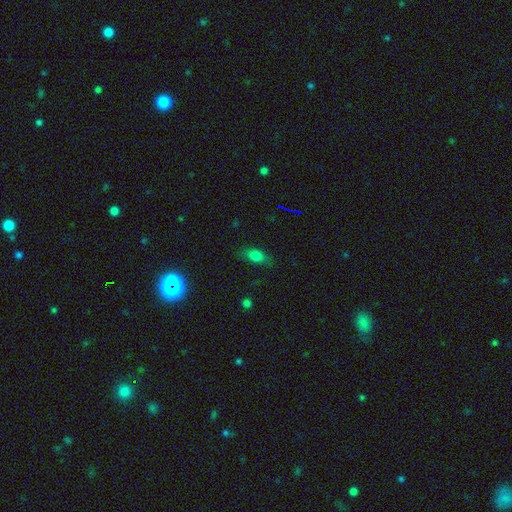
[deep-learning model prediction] The model was most divided on "merging": none: 75%, minor disturbance: 18%, major disturbance: 5%, merger: 2%. More confident: how rounded — in between (79%); smooth or featured — smooth (74%).